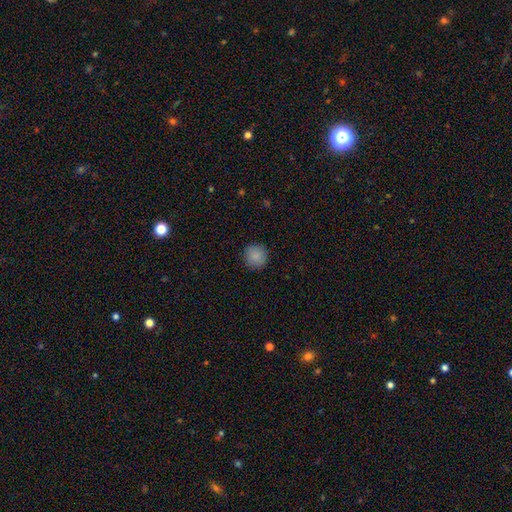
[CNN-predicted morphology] Smooth or featured? Predicted: smooth (p=0.87). How rounded? Predicted: round (p=0.93). Merging? Predicted: none (p=0.91).